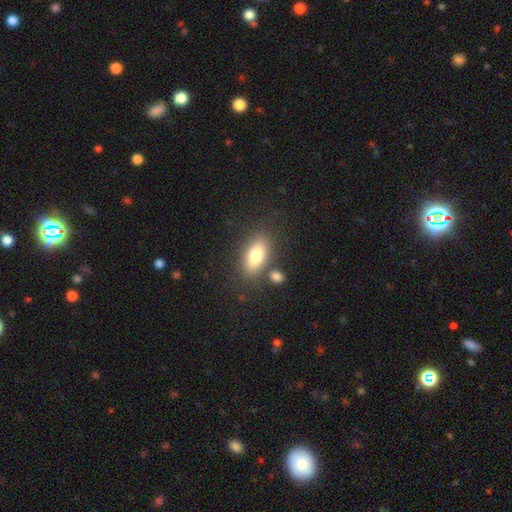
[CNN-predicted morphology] type=smooth (81%); roundness=in between (87%); merging=none (76%).